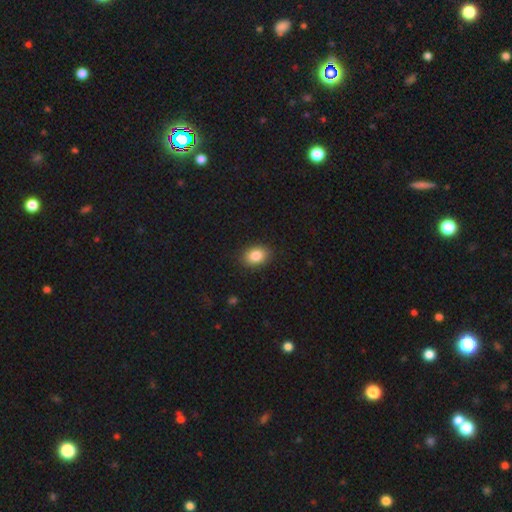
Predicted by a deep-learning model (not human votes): smooth 86%, star or artifact 8%, featured or disk 6%. Down the decision tree: how rounded — in between (73%); merging — none (89%).